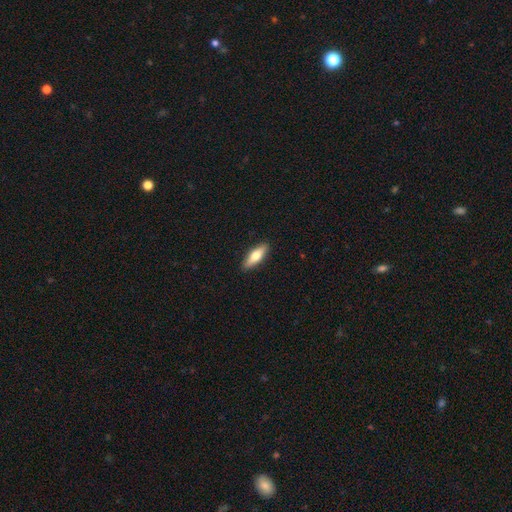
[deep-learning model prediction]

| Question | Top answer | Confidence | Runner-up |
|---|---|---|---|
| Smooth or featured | smooth | 68% | featured or disk (26%) |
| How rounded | in between | 54% | cigar-shaped (44%) |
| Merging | none | 89% | minor disturbance (8%) |